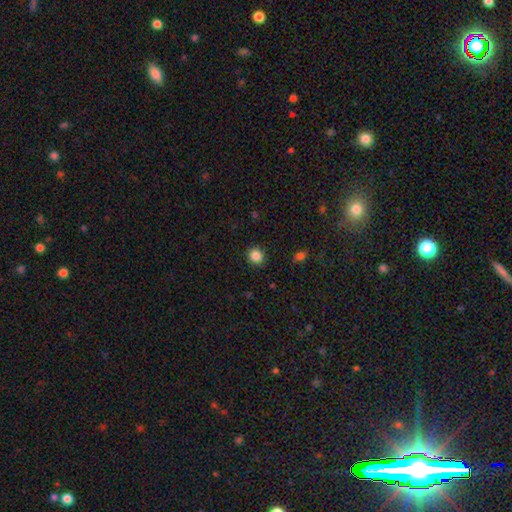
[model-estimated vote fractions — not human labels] A smooth galaxy with no disk features (85%) that is round (90%). Merging: none (91%).